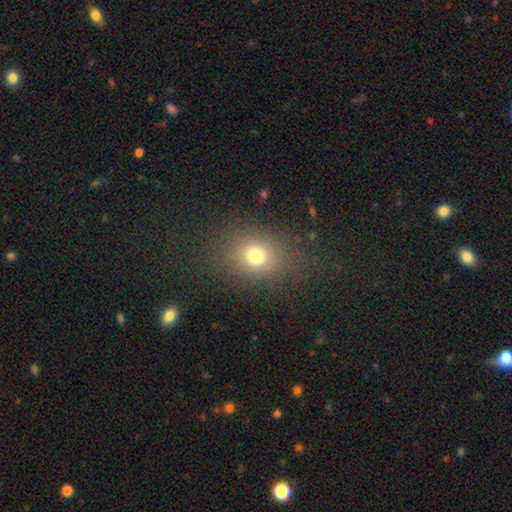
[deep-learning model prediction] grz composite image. It shows a smooth galaxy with no disk features (73%) that is round (58%). Merging: none (82%).